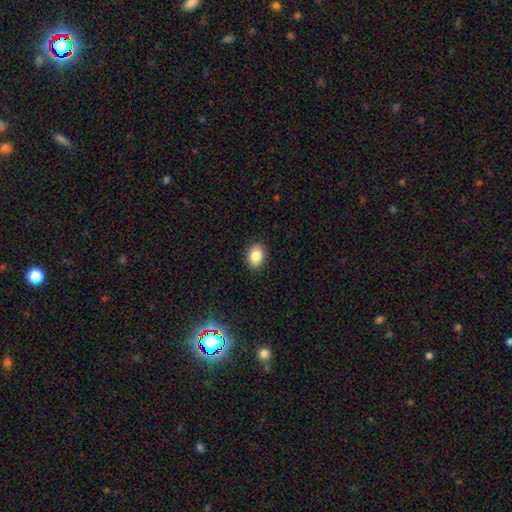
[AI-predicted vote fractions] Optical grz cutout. It shows a smooth galaxy with no disk features (85%) that is in between round and cigar-shaped (71%). Merging: none (90%).